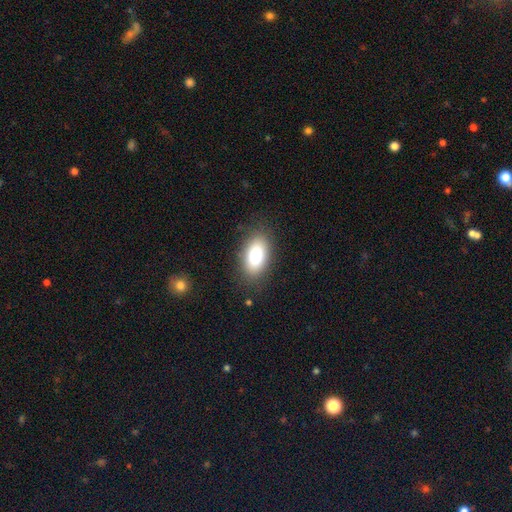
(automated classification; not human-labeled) This is clearly a smooth galaxy (82%). How rounded: clearly in between (92%). Merging: clearly none (84%).